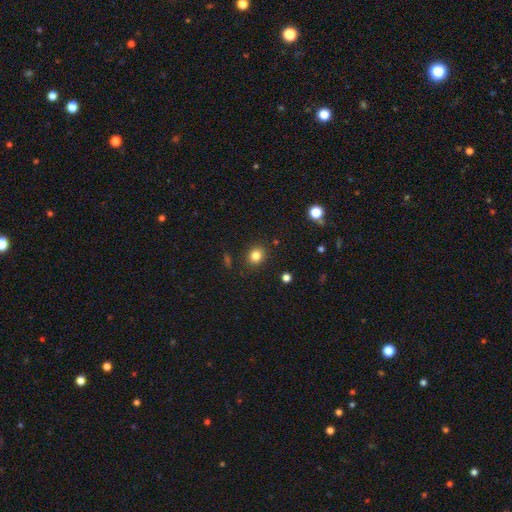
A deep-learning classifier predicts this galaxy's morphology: Overall: smooth (82%). How rounded: round (63%; in between 36%). Merging: none (87%).